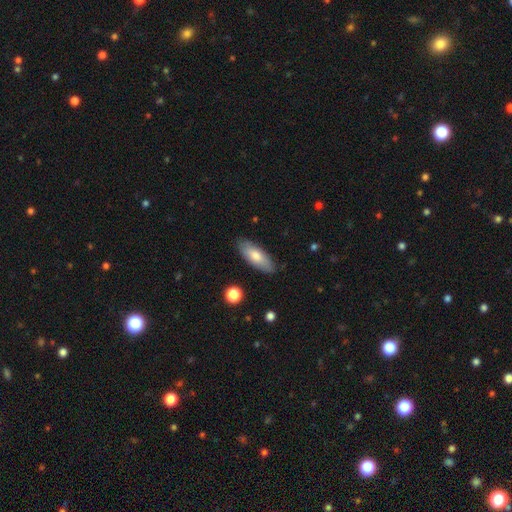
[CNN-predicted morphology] type=smooth (74%); roundness=in between (71%); merging=none (85%).